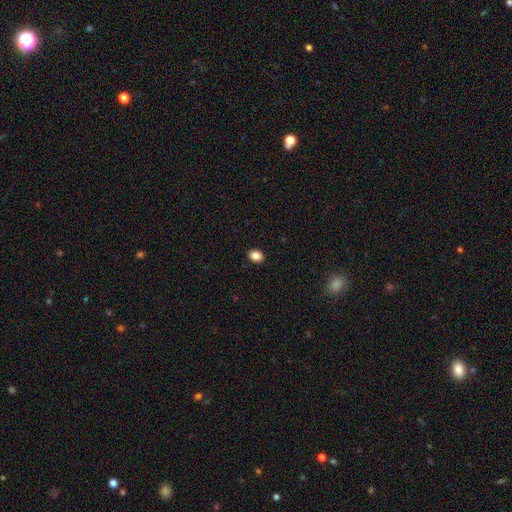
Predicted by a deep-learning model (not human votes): Morphology: type=smooth (86%); roundness=in between (58%); merging=none (90%).